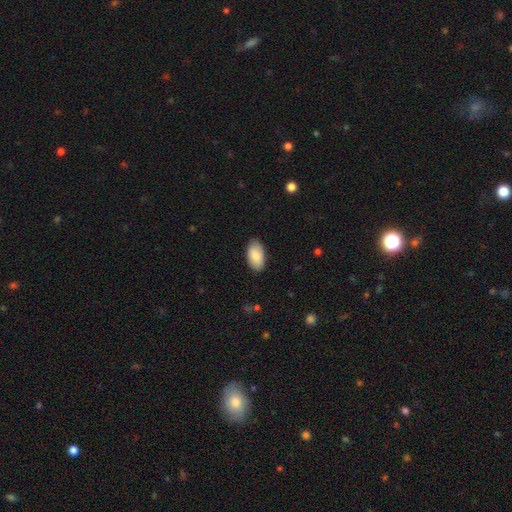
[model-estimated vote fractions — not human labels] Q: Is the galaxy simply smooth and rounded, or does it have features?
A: smooth — 86%.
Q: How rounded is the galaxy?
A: in between — 96%.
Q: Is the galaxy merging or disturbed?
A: none — 85%.